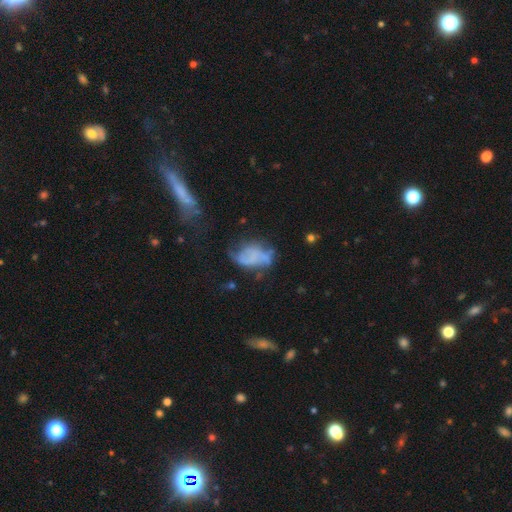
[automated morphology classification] This is possibly a featured or disk galaxy (48%). Merging: marginally none (36%).